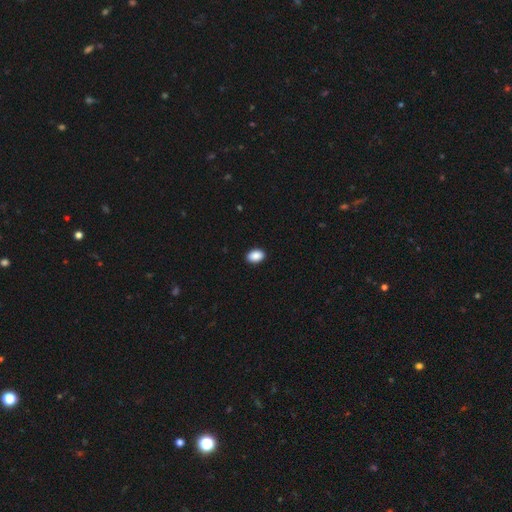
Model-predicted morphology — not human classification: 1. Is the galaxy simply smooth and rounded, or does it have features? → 90% smooth, 7% star or artifact, 3% featured or disk.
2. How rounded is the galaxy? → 86% in between, 13% round, 1% cigar-shaped.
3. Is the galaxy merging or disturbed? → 91% none, 7% minor disturbance, 2% major disturbance, 1% merger.